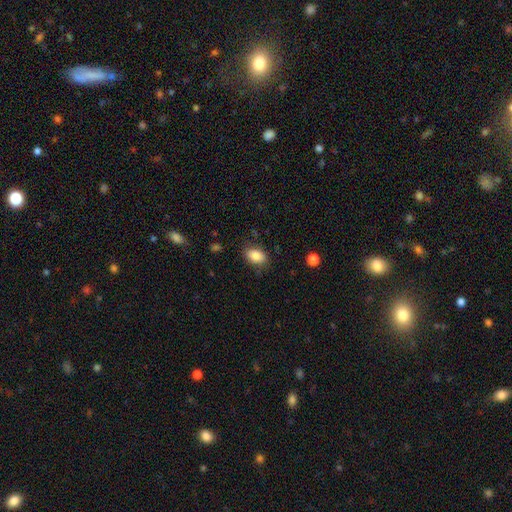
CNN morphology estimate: This is clearly a smooth galaxy (86%). How rounded: clearly in between (87%). Merging: clearly none (81%).